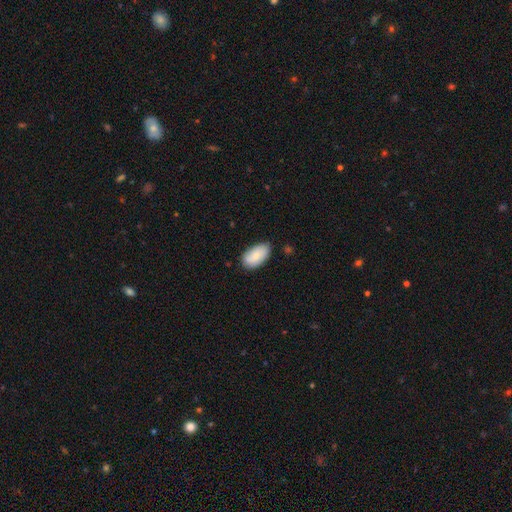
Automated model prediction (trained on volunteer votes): A smooth galaxy with no disk features (77%) that is in between round and cigar-shaped (95%).

Vote fractions:
- Smooth or featured? smooth: 77% / featured or disk: 17% / star or artifact: 6%
- How rounded? in between: 95% / round: 4% / cigar-shaped: 2%
- Merging? none: 73% / minor disturbance: 23% / major disturbance: 3% / merger: 2%